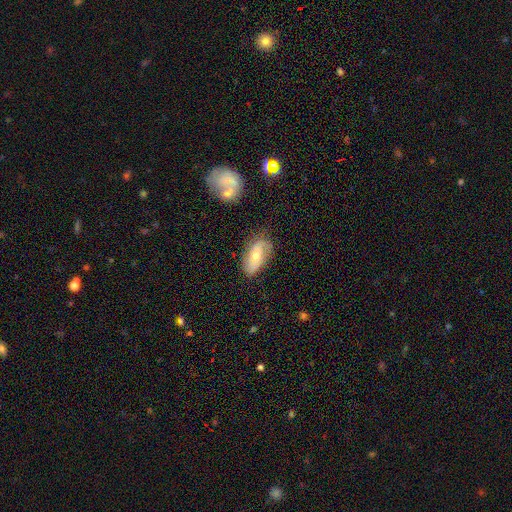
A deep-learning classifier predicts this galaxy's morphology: Smooth or featured? Predicted: featured or disk (p=0.47). Merging? Predicted: none (p=0.67).